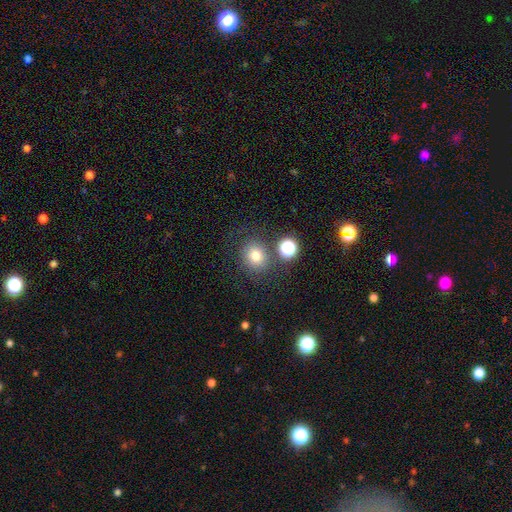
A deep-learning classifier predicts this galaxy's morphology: smooth-or-featured: smooth: 76% | star or artifact: 16% | featured or disk: 8%
  how-rounded: round: 78% | in between: 22% | cigar-shaped: 1%
  merging: none: 75% | minor disturbance: 11% | merger: 9% | major disturbance: 5%